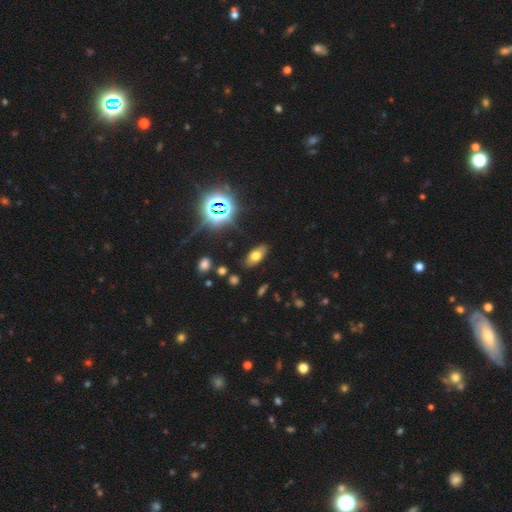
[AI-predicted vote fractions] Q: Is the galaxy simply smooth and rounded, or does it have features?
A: smooth — 60%.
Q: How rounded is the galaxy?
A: in between — 86%.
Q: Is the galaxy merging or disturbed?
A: none — 84%.